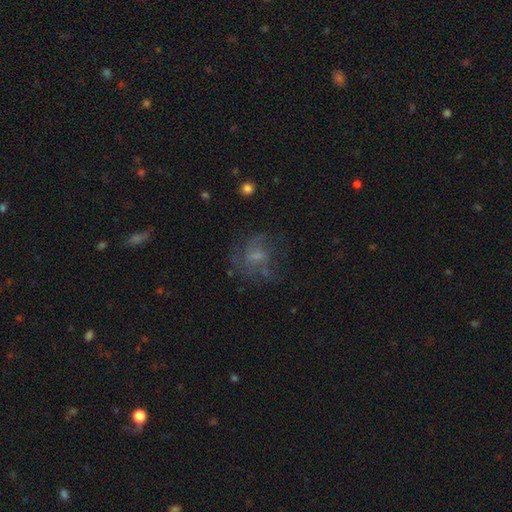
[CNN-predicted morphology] A featured or disk galaxy (51%). Merging: none (53%).